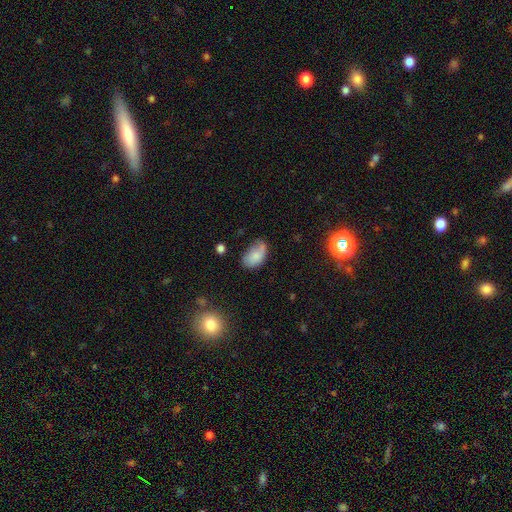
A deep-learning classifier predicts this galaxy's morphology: smooth 75%, featured or disk 16%, star or artifact 9%. Down the decision tree: how rounded — in between (92%); merging — none (46%).